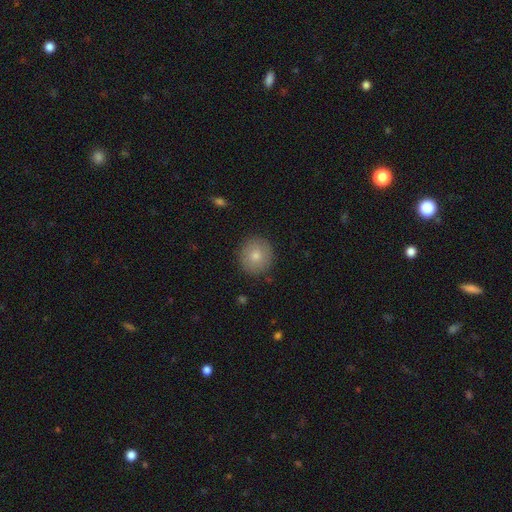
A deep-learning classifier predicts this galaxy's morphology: Q: Smooth or featured?
A: smooth (78%); runner-up: featured or disk (14%)
Q: How rounded?
A: round (87%); runner-up: in between (12%)
Q: Merging?
A: none (88%); runner-up: minor disturbance (9%)